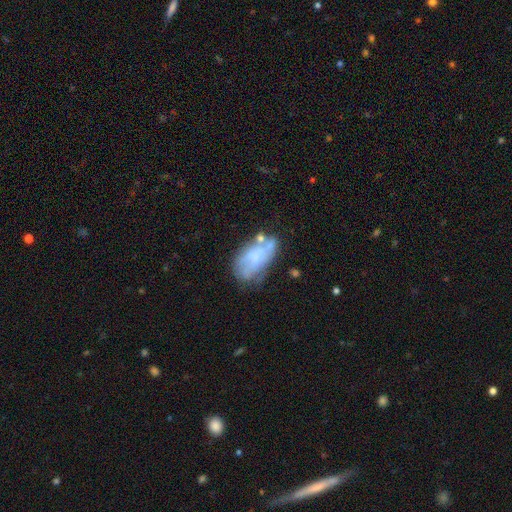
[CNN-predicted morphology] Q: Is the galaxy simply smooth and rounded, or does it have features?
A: featured or disk — 47%.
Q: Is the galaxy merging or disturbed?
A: none — 44%.